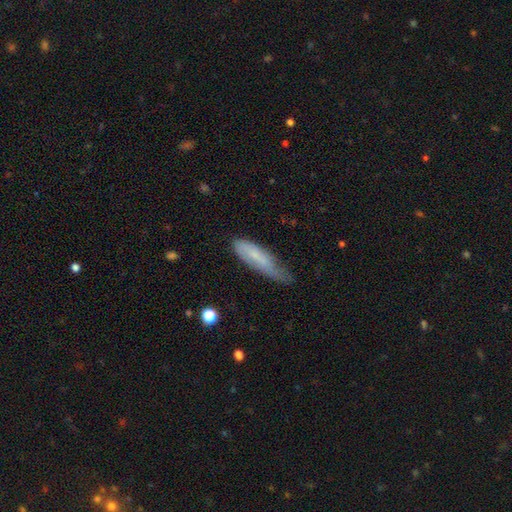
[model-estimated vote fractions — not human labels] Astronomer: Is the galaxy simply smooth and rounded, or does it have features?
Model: smooth — 62%.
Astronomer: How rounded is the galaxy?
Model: cigar-shaped — 61% (runner-up: in between, 37%).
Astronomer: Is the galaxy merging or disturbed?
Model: minor disturbance — 44% (runner-up: none, 36%).